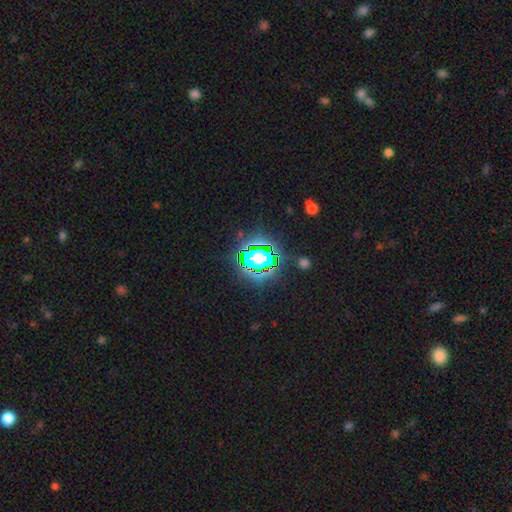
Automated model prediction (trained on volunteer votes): smooth_or_featured: star or artifact (p=0.68) [alt: smooth p=0.19]